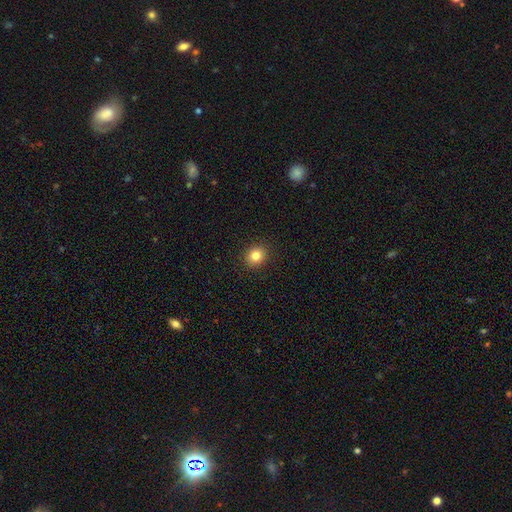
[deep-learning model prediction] This appears to be a smooth galaxy with no disk features (83%) that is round (78%). Merging: none (91%).